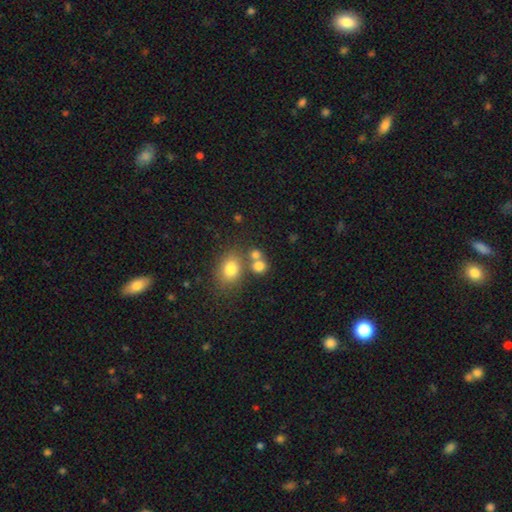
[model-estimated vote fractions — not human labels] Morphology: type=smooth (76%); roundness=round (72%); merging=none (51%).